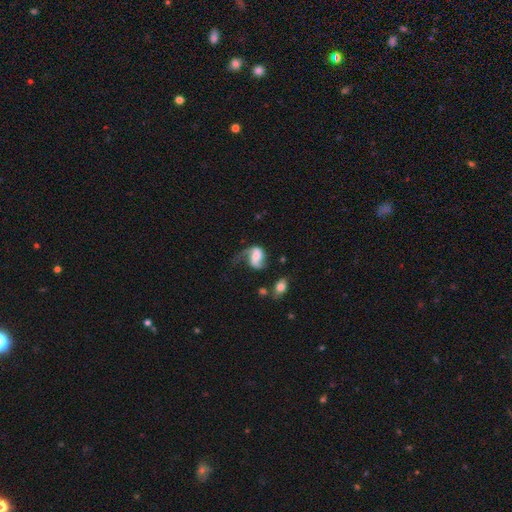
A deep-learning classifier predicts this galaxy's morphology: featured or disk 71%, smooth 22%, star or artifact 7%. Down the decision tree: edge-on disk — no (97%); bar — no (45%); spiral arms — yes (91%); spiral arm count — 2 (61%); spiral winding — loose (61%); bulge size — moderate (43%); merging — major disturbance (36%, tied with none).